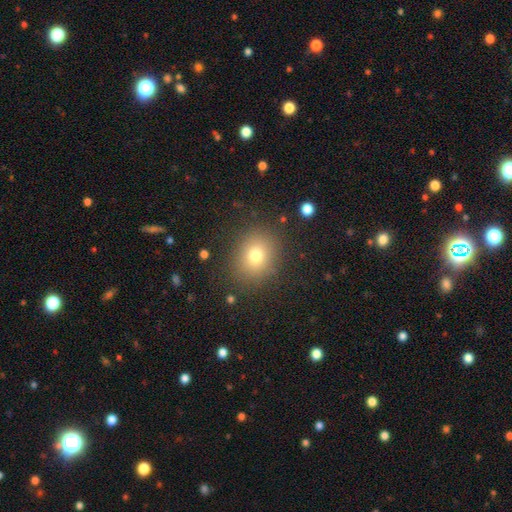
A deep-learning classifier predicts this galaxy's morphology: smooth 75%, star or artifact 14%, featured or disk 11%. Down the decision tree: how rounded — round (66%); merging — none (86%).